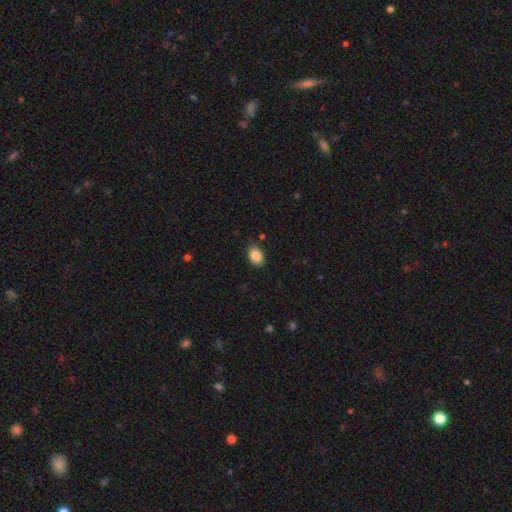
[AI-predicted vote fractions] smooth 89%, star or artifact 8%, featured or disk 4%. Down the decision tree: how rounded — in between (85%); merging — none (85%).